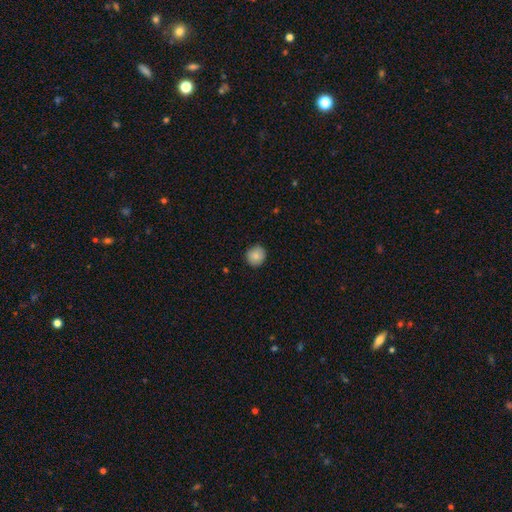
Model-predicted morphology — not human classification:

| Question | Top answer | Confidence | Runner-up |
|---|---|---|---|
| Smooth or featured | smooth | 85% | star or artifact (8%) |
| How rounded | round | 90% | in between (9%) |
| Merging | none | 87% | minor disturbance (10%) |